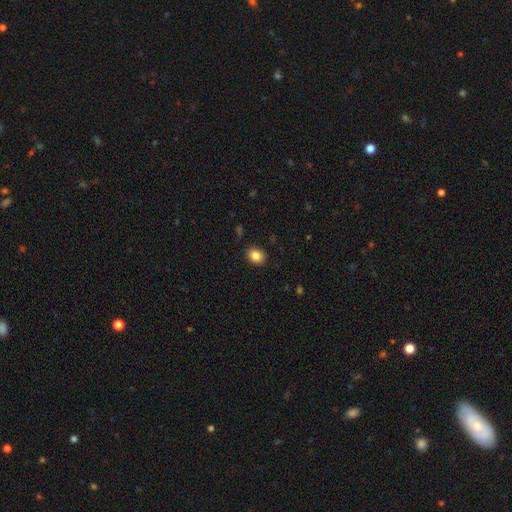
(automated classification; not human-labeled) Smooth or featured?
  - smooth: 84% *
  - star or artifact: 9%
  - featured or disk: 6%
How rounded?
  - in between: 51% *
  - round: 48%
  - cigar-shaped: 1%
Merging?
  - none: 88% *
  - minor disturbance: 9%
  - major disturbance: 2%
  - merger: 1%